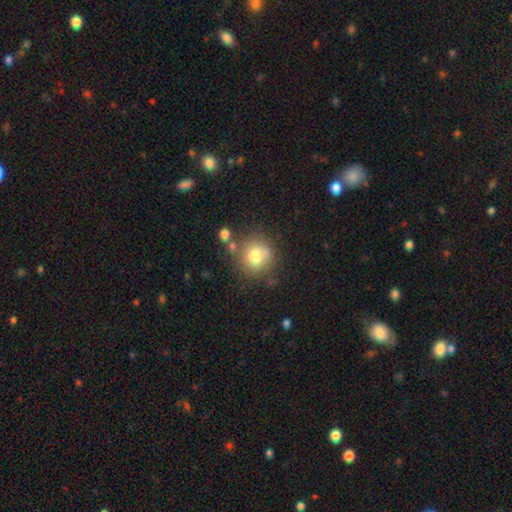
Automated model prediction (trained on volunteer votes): This is likely a smooth galaxy (76%). How rounded: clearly round (89%). Merging: likely none (66%).